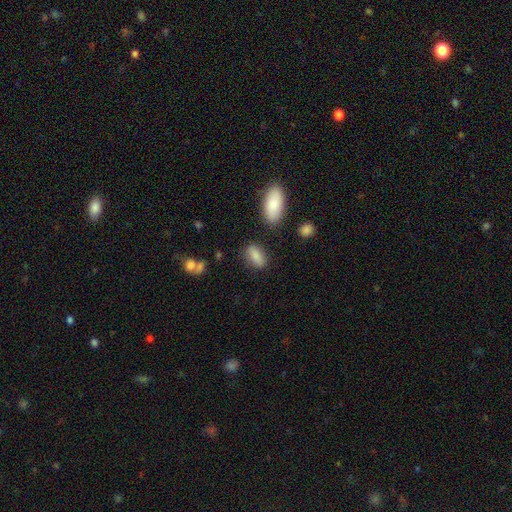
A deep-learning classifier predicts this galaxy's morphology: Smooth or featured: smooth — 85% (star or artifact — 8%)
How rounded: in between — 89% (cigar-shaped — 6%)
Merging: none — 79% (minor disturbance — 13%)